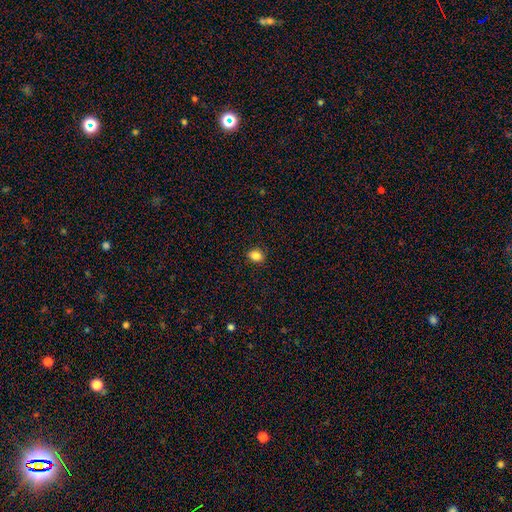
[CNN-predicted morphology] Overall: smooth (86%). How rounded: in between (51%; round 48%). Merging: none (88%).